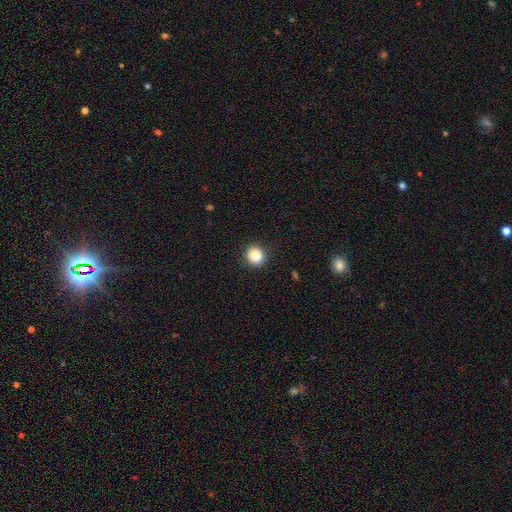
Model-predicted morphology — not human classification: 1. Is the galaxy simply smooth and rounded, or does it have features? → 86% smooth, 10% star or artifact, 4% featured or disk.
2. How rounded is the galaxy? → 84% round, 15% in between, 1% cigar-shaped.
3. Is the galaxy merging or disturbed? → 91% none, 6% minor disturbance, 2% major disturbance, 1% merger.